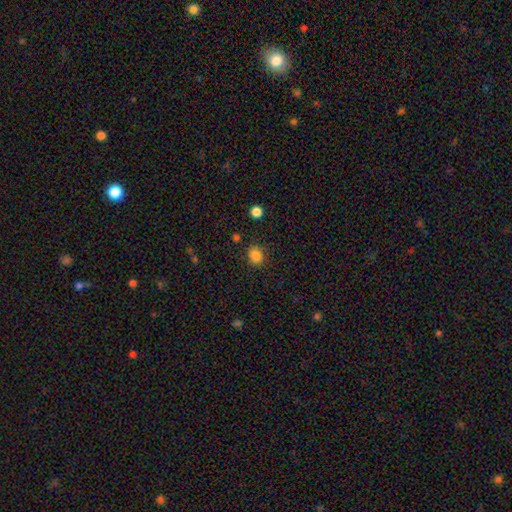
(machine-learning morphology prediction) This is clearly a smooth galaxy (84%). How rounded: likely round (68%). Merging: clearly none (84%).